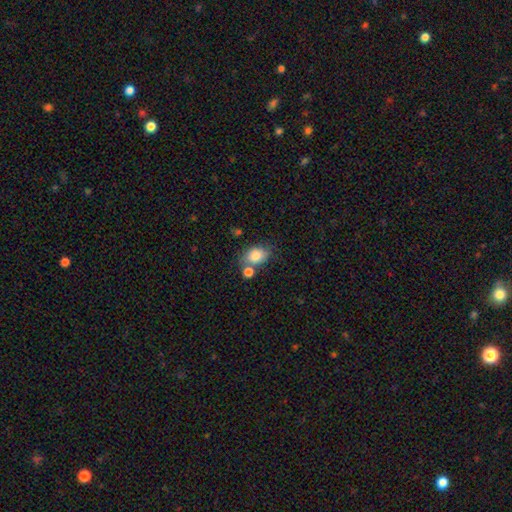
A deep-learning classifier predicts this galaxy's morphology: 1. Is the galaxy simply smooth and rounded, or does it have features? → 81% smooth, 10% featured or disk, 9% star or artifact.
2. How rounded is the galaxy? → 72% in between, 26% round, 1% cigar-shaped.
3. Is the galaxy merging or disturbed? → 55% none, 21% merger, 18% minor disturbance, 6% major disturbance.